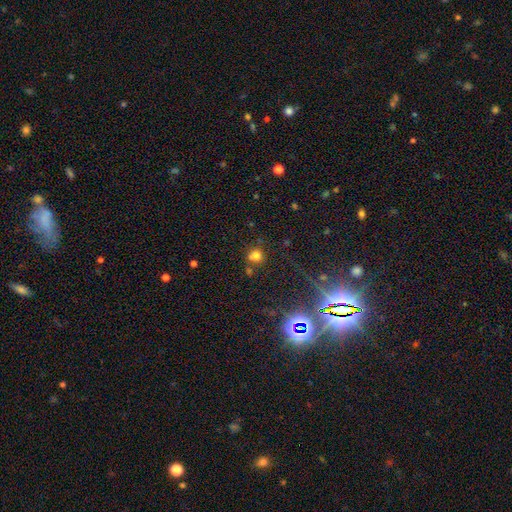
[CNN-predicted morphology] This is likely a smooth galaxy (72%). How rounded: clearly round (87%). Merging: likely none (71%).